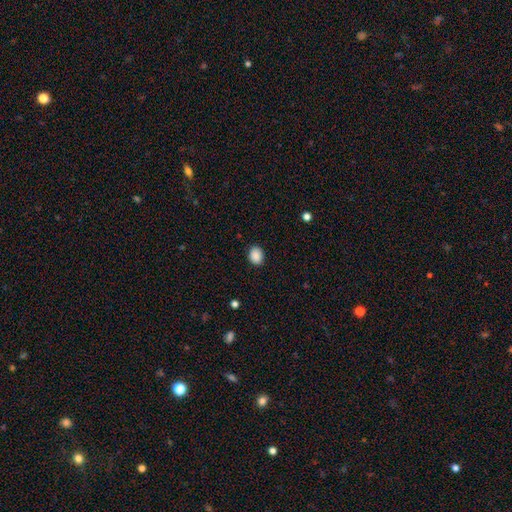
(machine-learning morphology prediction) smooth_or_featured: smooth (p=0.89) [alt: star or artifact p=0.08]
how_rounded: in between (p=0.55) [alt: round p=0.44]
merging: none (p=0.89) [alt: minor disturbance p=0.08]